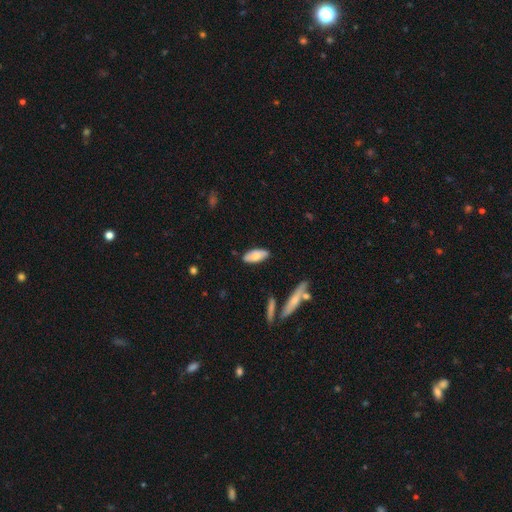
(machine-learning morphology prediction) Smooth or featured?
  - smooth: 69% *
  - featured or disk: 24%
  - star or artifact: 6%
How rounded?
  - in between: 85% *
  - cigar-shaped: 13%
  - round: 2%
Merging?
  - none: 82% *
  - minor disturbance: 14%
  - major disturbance: 2%
  - merger: 2%